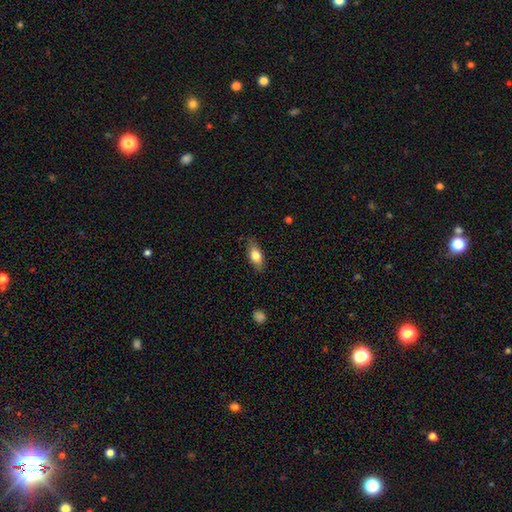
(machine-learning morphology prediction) smooth 79%, featured or disk 14%, star or artifact 7%. Down the decision tree: how rounded — in between (84%); merging — none (81%).